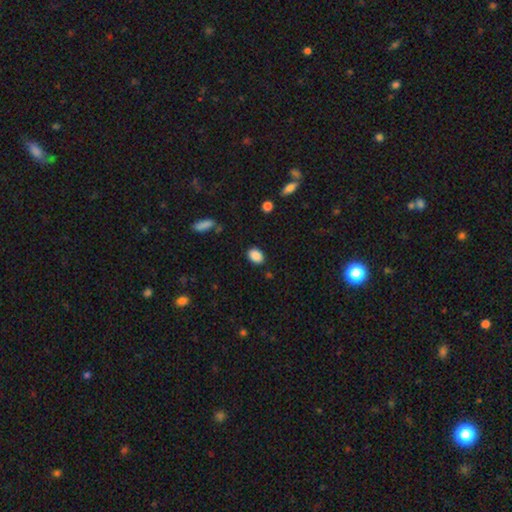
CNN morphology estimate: This is clearly a smooth galaxy (88%). How rounded: likely in between (71%). Merging: clearly none (86%).